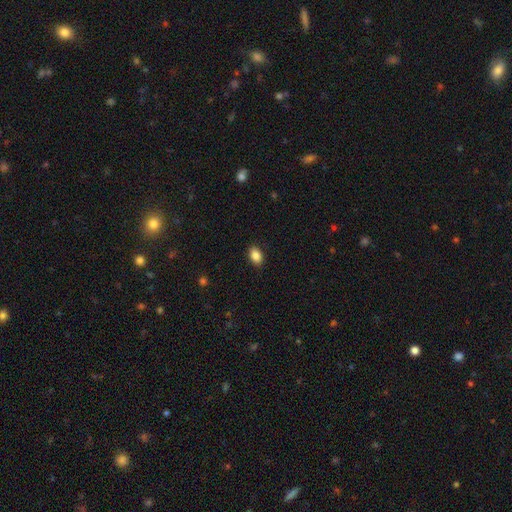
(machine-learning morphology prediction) A smooth galaxy with no disk features (87%) that is in between round and cigar-shaped (86%). Merging: none (89%).